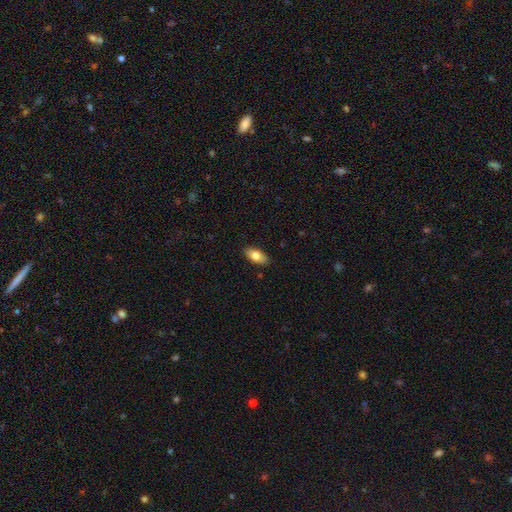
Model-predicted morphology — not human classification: smooth 77%, featured or disk 16%, star or artifact 7%. Down the decision tree: how rounded — in between (88%); merging — none (88%).